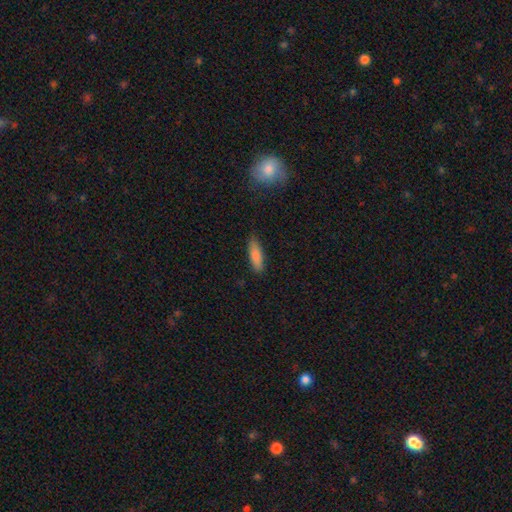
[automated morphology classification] A smooth galaxy with no disk features (84%) that is cigar-shaped (52%). Merging: none (84%).